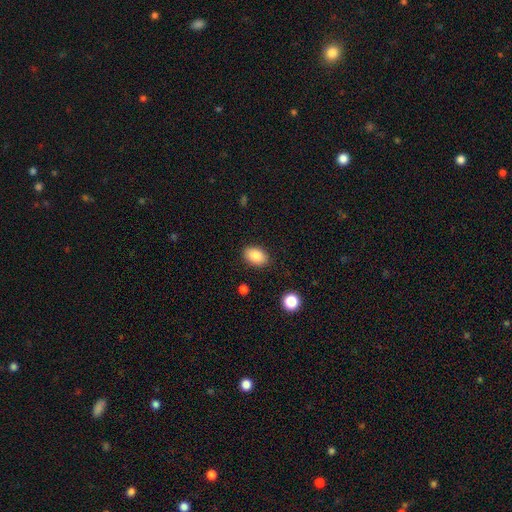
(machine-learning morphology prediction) A smooth galaxy with no disk features (87%) that is in between round and cigar-shaped (88%).

Vote fractions:
- Smooth or featured? smooth: 87% / star or artifact: 8% / featured or disk: 5%
- How rounded? in between: 88% / round: 11% / cigar-shaped: 1%
- Merging? none: 87% / minor disturbance: 9% / major disturbance: 2% / merger: 1%